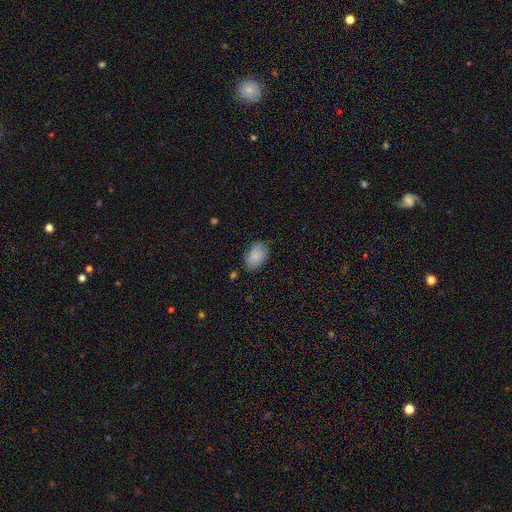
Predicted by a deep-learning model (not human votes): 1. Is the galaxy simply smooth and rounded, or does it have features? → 85% smooth, 8% featured or disk, 7% star or artifact.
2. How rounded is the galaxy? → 90% in between, 9% round, 1% cigar-shaped.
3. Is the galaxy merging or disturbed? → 75% none, 19% minor disturbance, 4% major disturbance, 2% merger.